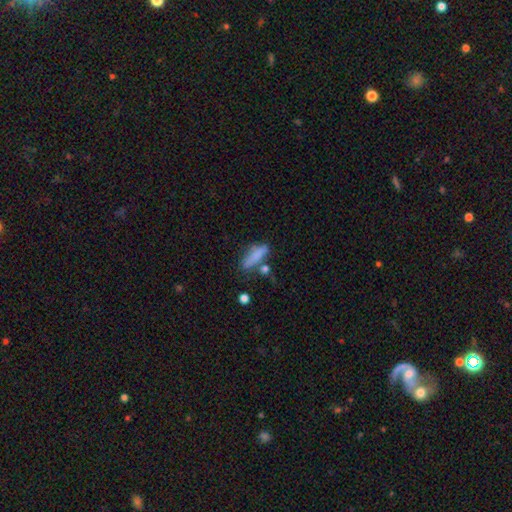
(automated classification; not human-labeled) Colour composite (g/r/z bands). It shows a smooth galaxy with no disk features (73%) that is cigar-shaped (59%). Merging: none (52%).